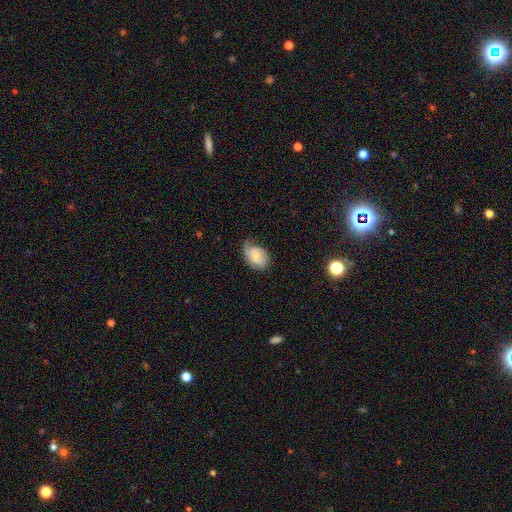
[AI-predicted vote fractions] smooth 57%, featured or disk 35%, star or artifact 8%. Down the decision tree: how rounded — in between (81%); merging — none (44%).